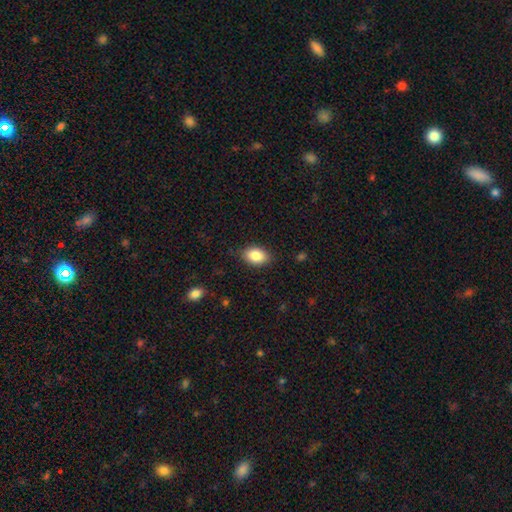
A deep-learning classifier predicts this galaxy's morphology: This appears to be a smooth galaxy with no disk features (86%) that is in between round and cigar-shaped (87%). Merging: none (86%).